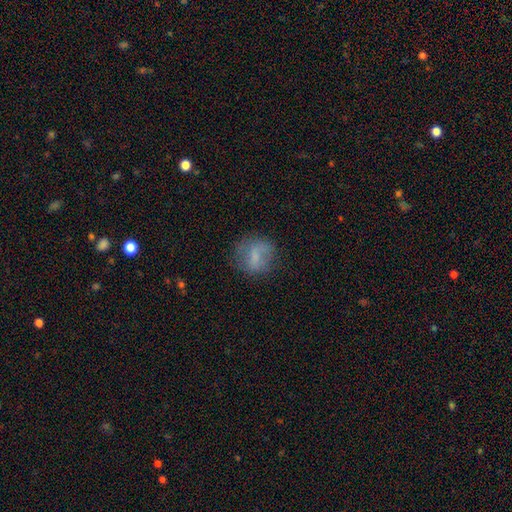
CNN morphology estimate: smooth_or_featured: smooth (p=0.66) [alt: featured or disk p=0.24]
how_rounded: round (p=0.67) [alt: in between p=0.31]
merging: none (p=0.63) [alt: minor disturbance p=0.23]